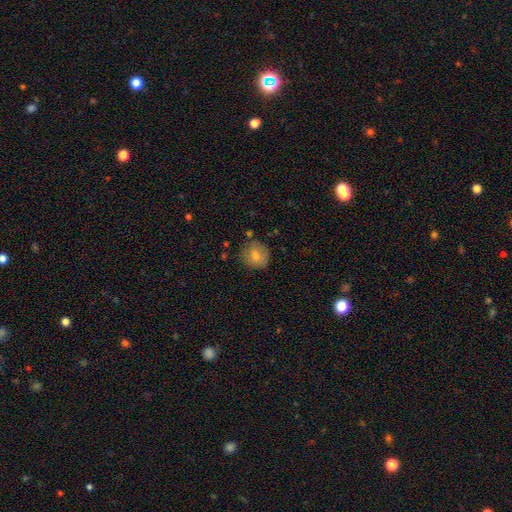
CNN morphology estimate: Smooth or featured?
  - smooth: 69% *
  - featured or disk: 18%
  - star or artifact: 13%
How rounded?
  - round: 87% *
  - in between: 11%
  - cigar-shaped: 1%
Merging?
  - none: 80% *
  - minor disturbance: 14%
  - major disturbance: 3%
  - merger: 3%